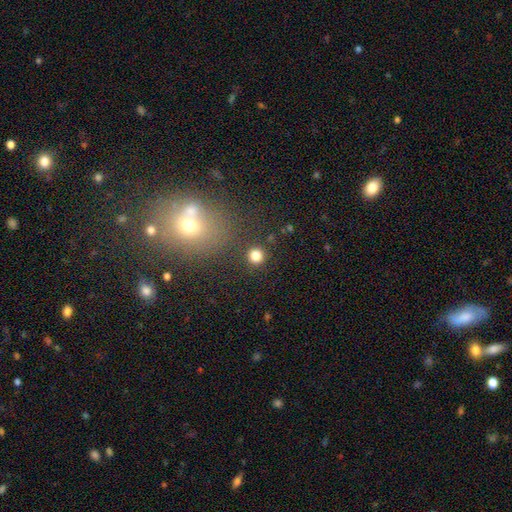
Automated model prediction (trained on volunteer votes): The model was most divided on "smooth or featured": smooth: 81%, star or artifact: 14%, featured or disk: 5%. More confident: how rounded — round (93%); merging — none (89%).